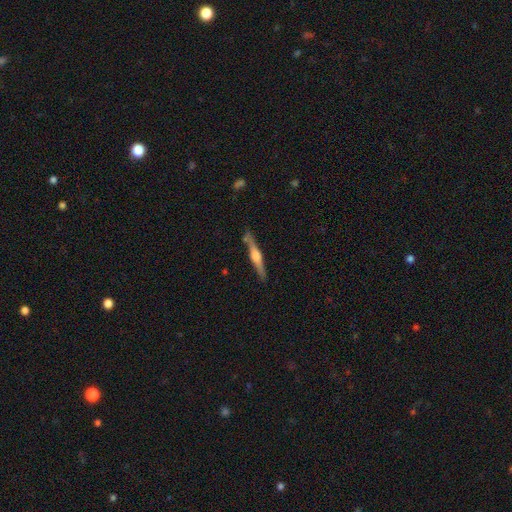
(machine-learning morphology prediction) Smooth or featured? Predicted: featured or disk (p=0.73). Edge-on disk? Predicted: yes (p=0.98). Edge-on bulge? Predicted: rounded (p=0.81). Merging? Predicted: none (p=0.84).